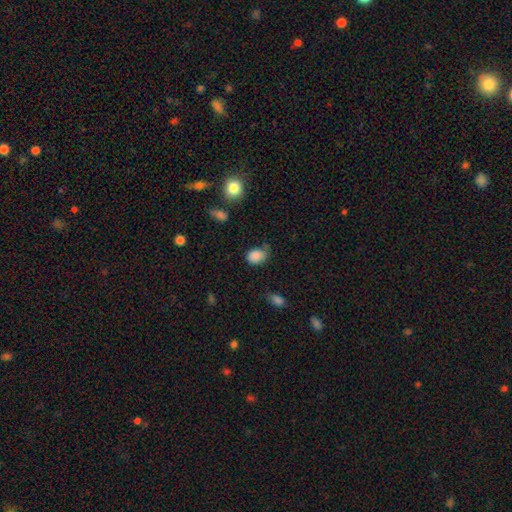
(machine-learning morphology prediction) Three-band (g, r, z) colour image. It shows a smooth galaxy with no disk features (86%) that is in between round and cigar-shaped (66%). Merging: none (54%).